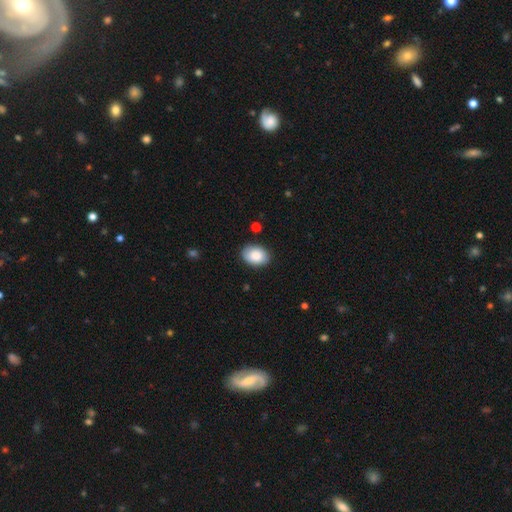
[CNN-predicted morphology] This appears to be a smooth galaxy with no disk features (85%) that is in between round and cigar-shaped (80%). Merging: none (85%).